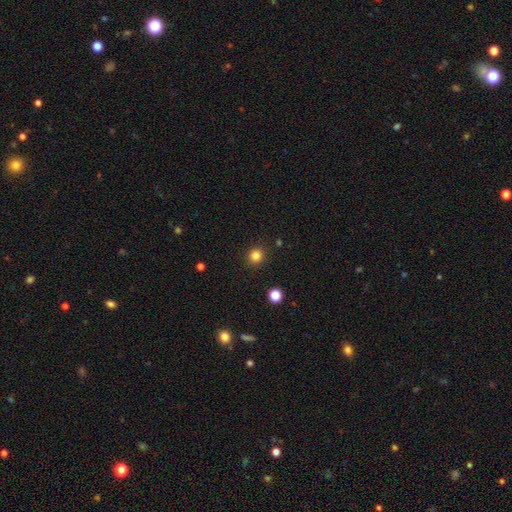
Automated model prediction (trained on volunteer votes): A smooth galaxy with no disk features (82%) that is round (91%). Merging: none (91%).